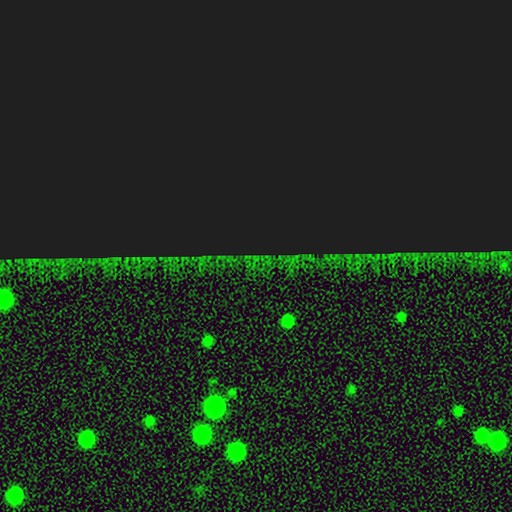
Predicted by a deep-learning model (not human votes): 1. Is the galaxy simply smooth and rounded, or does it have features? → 84% star or artifact, 8% smooth, 8% featured or disk.